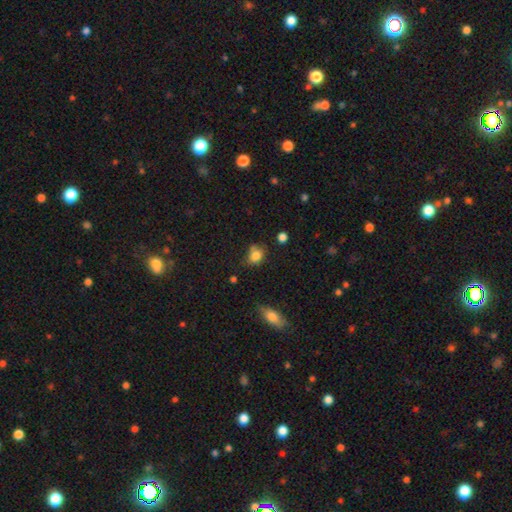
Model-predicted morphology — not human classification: Q: Smooth or featured?
A: smooth (80%); runner-up: star or artifact (11%)
Q: How rounded?
A: round (51%); runner-up: in between (47%)
Q: Merging?
A: none (49%); runner-up: minor disturbance (33%)